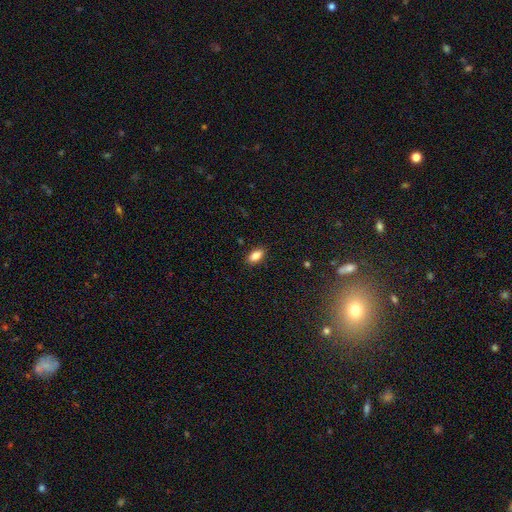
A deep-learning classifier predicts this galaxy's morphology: smooth-or-featured: smooth: 85% | star or artifact: 8% | featured or disk: 7%
  how-rounded: in between: 89% | cigar-shaped: 7% | round: 4%
  merging: none: 87% | minor disturbance: 10% | major disturbance: 2% | merger: 1%